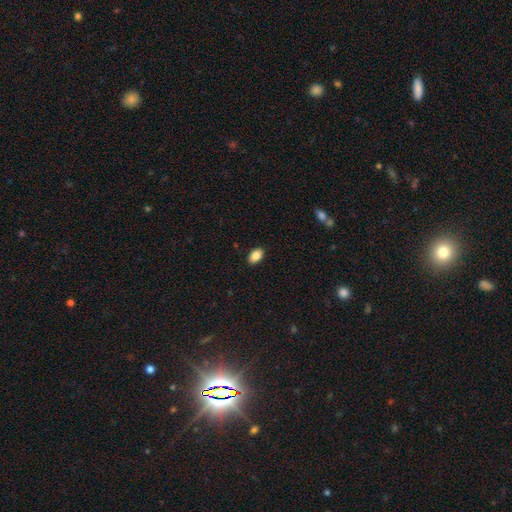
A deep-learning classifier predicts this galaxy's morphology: A smooth galaxy with no disk features (87%) that is in between round and cigar-shaped (90%).

Vote fractions:
- Smooth or featured? smooth: 87% / star or artifact: 8% / featured or disk: 5%
- How rounded? in between: 90% / round: 8% / cigar-shaped: 2%
- Merging? none: 89% / minor disturbance: 8% / major disturbance: 2% / merger: 1%